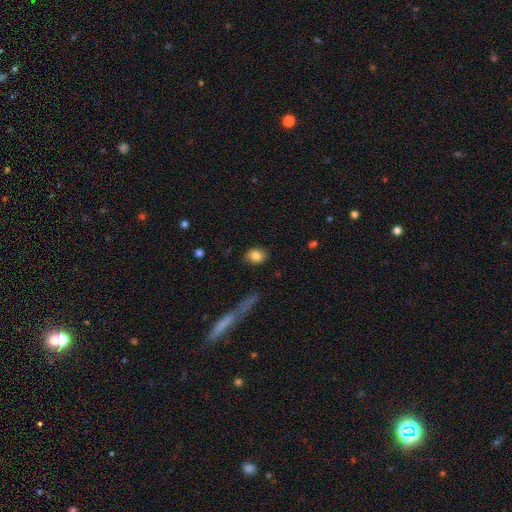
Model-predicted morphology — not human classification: This appears to be a smooth galaxy with no disk features (83%) that is in between round and cigar-shaped (62%). Merging: none (85%).